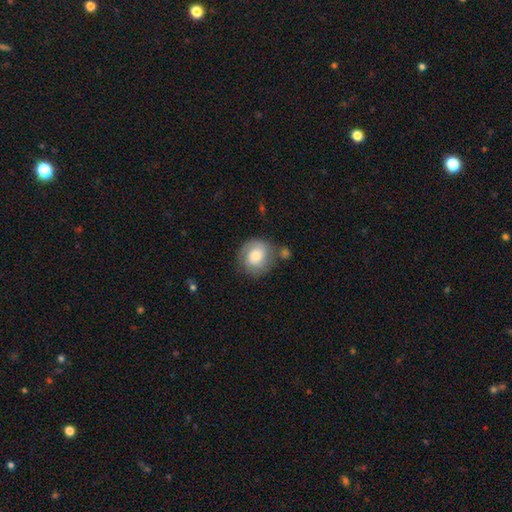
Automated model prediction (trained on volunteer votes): smooth_or_featured: smooth (p=0.55) [alt: featured or disk p=0.37]
how_rounded: round (p=0.81) [alt: in between p=0.18]
merging: none (p=0.65) [alt: minor disturbance p=0.19]